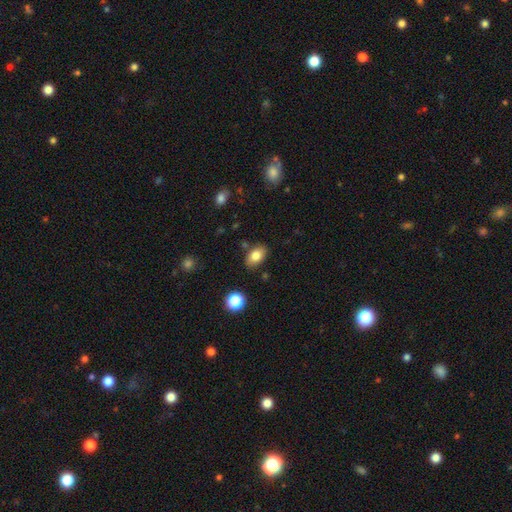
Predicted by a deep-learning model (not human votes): This appears to be a smooth galaxy with no disk features (82%) that is in between round and cigar-shaped (88%). Merging: none (81%).